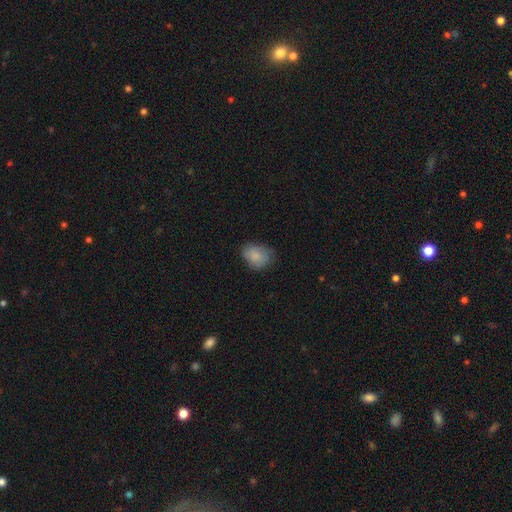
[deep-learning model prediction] smooth 79%, featured or disk 14%, star or artifact 7%. Down the decision tree: how rounded — in between (56%); merging — none (68%).